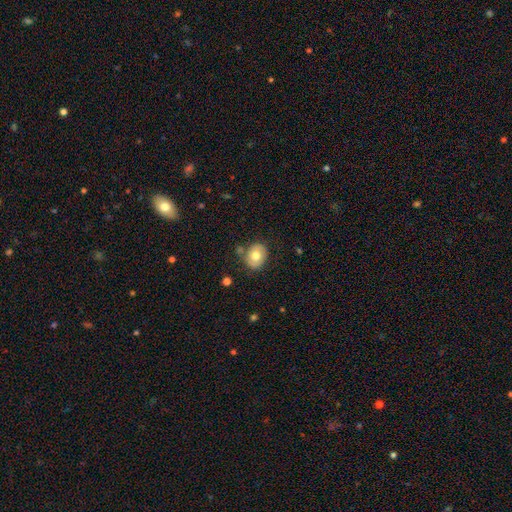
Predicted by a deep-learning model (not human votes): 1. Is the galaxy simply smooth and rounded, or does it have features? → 70% smooth, 22% featured or disk, 8% star or artifact.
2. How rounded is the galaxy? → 58% round, 42% in between, 1% cigar-shaped.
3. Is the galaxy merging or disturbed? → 76% none, 15% minor disturbance, 5% merger, 4% major disturbance.